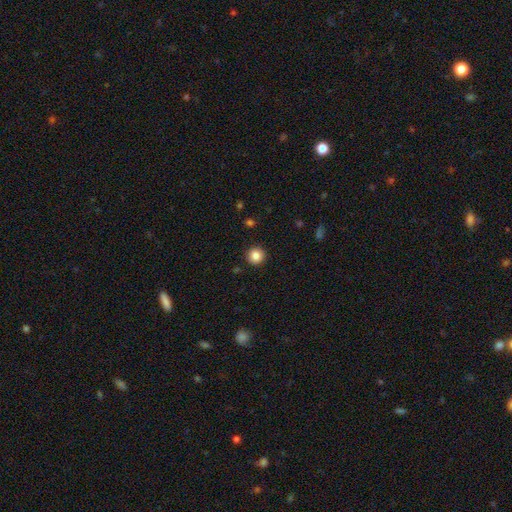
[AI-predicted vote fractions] smooth_or_featured: smooth (p=0.85) [alt: star or artifact p=0.10]
how_rounded: round (p=0.95) [alt: in between p=0.04]
merging: none (p=0.92) [alt: minor disturbance p=0.05]